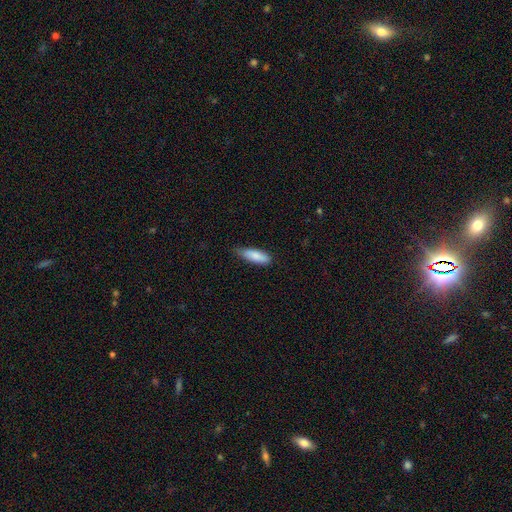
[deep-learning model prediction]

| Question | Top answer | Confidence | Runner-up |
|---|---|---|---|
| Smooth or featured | smooth | 85% | featured or disk (9%) |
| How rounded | in between | 53% | cigar-shaped (45%) |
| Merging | none | 66% | minor disturbance (29%) |